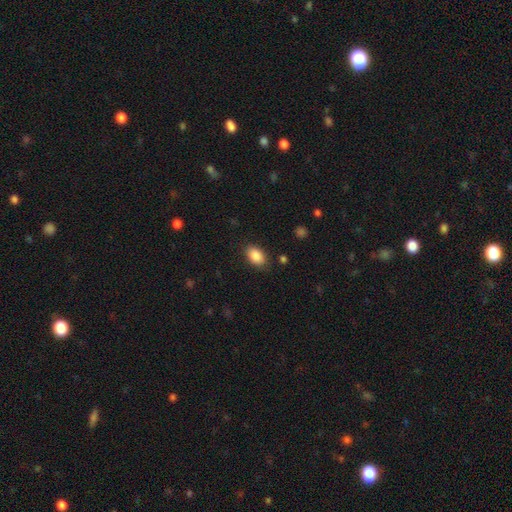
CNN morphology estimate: The model was most divided on "merging": none: 84%, minor disturbance: 11%, major disturbance: 3%, merger: 1%. More confident: smooth or featured — smooth (88%); how rounded — in between (87%).